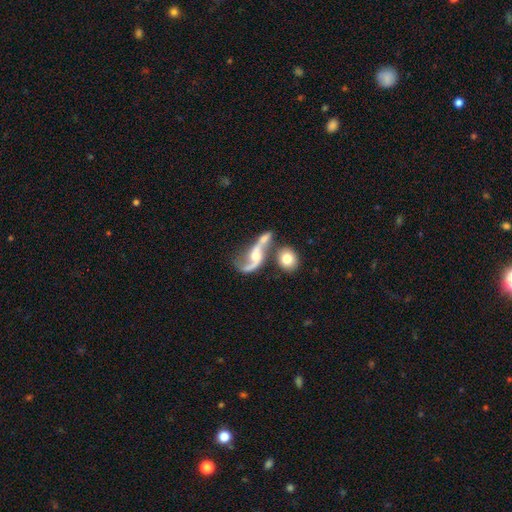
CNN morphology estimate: This appears to be a featured or disk galaxy (81%) with no bar (52%), 2 (85%) loose (83%) spiral arms (91%) and a moderate central bulge (50%). Merging: merger (42%).